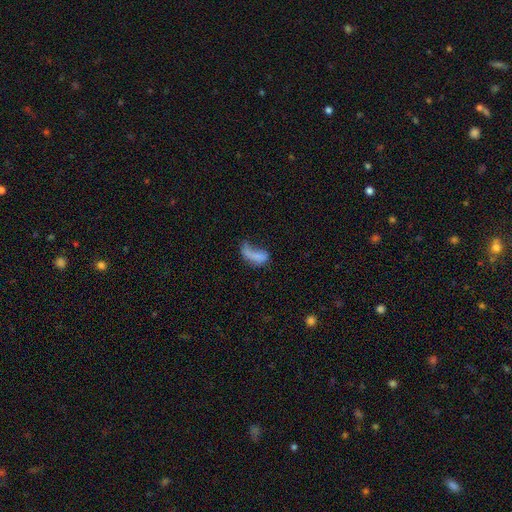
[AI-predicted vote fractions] Smooth or featured? Predicted: smooth (p=0.62). How rounded? Predicted: in between (p=0.79). Merging? Predicted: major disturbance (p=0.47).